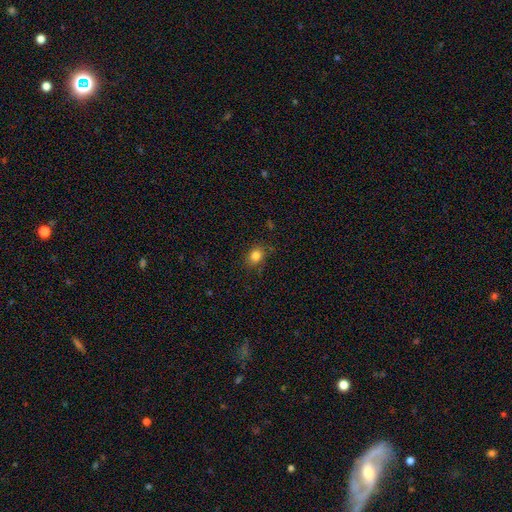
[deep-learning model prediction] Smooth or featured: smooth — 83% (star or artifact — 11%)
How rounded: round — 50% (in between — 49%)
Merging: none — 77% (minor disturbance — 17%)